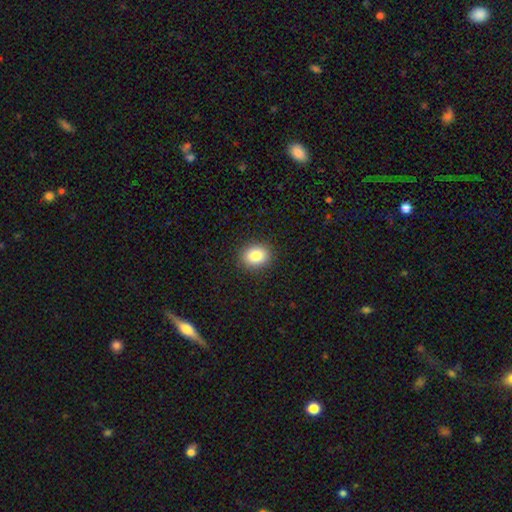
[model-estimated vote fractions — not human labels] smooth-or-featured: smooth: 85% | star or artifact: 9% | featured or disk: 6%
  how-rounded: round: 51% | in between: 48% | cigar-shaped: 1%
  merging: none: 90% | minor disturbance: 7% | major disturbance: 2% | merger: 1%